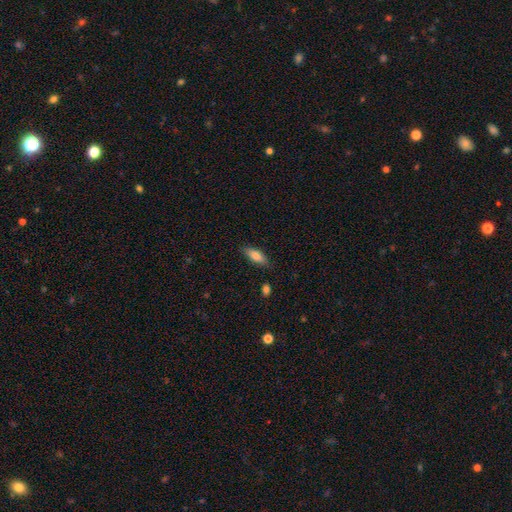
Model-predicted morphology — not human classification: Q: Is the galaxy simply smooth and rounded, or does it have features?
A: smooth — 78%.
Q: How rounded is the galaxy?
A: in between — 66%.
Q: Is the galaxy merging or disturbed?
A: none — 83%.